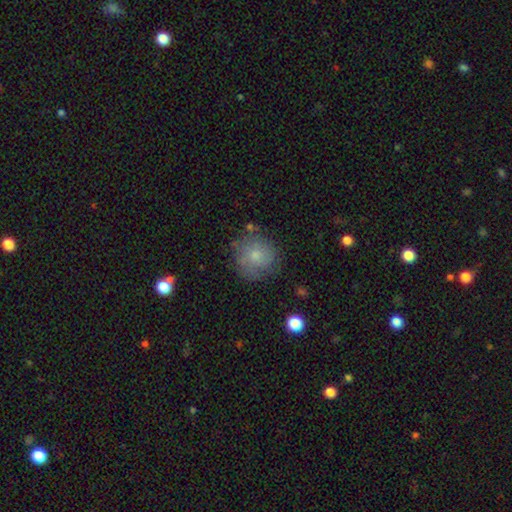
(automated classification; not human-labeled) This appears to be a smooth galaxy with no disk features (71%) that is round (89%). Merging: none (69%).